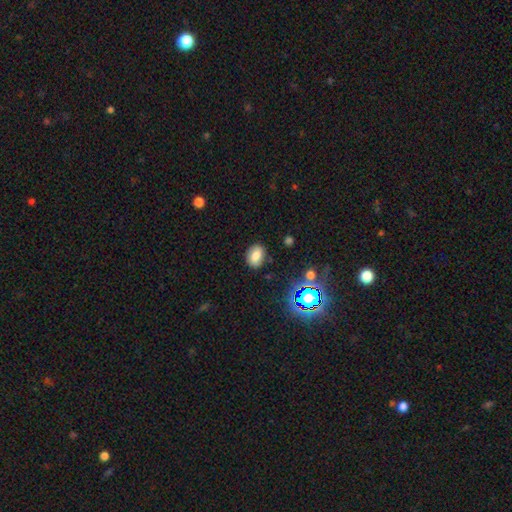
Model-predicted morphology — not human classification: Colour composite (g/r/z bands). It shows a smooth galaxy with no disk features (74%) that is in between round and cigar-shaped (70%). Merging: none (84%).